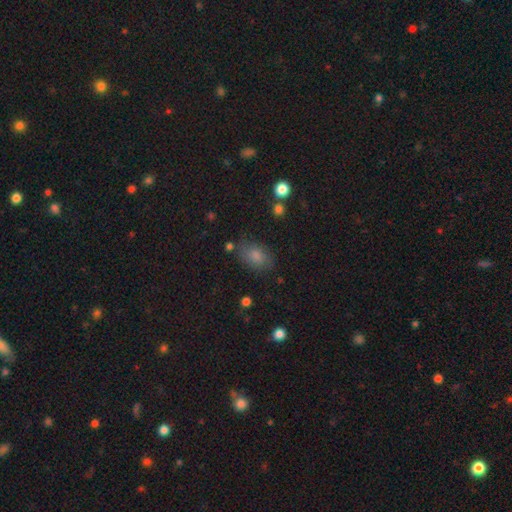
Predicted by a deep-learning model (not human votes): Morphology: type=smooth (79%); roundness=in between (85%); merging=none (70%).